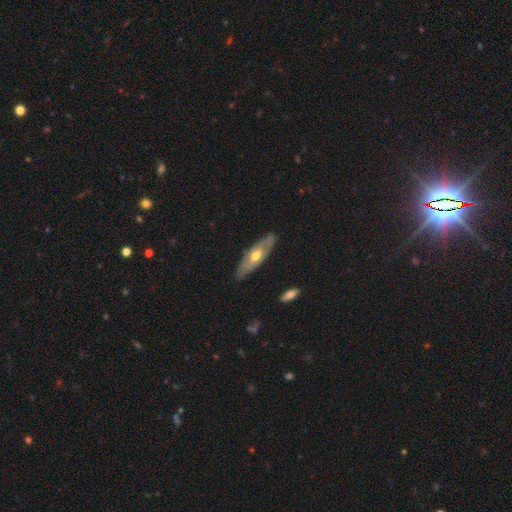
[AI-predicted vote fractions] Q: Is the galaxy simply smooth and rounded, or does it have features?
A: featured or disk — 58%.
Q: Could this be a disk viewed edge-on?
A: no — 61%.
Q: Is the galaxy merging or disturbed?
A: none — 82%.